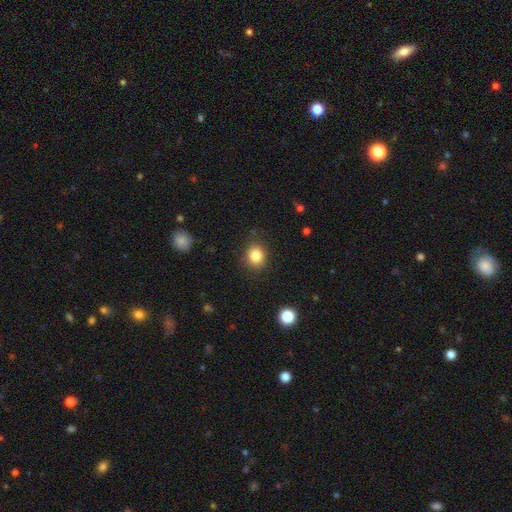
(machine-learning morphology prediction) smooth_or_featured: smooth (p=0.83) [alt: star or artifact p=0.11]
how_rounded: round (p=0.72) [alt: in between p=0.27]
merging: none (p=0.86) [alt: minor disturbance p=0.10]